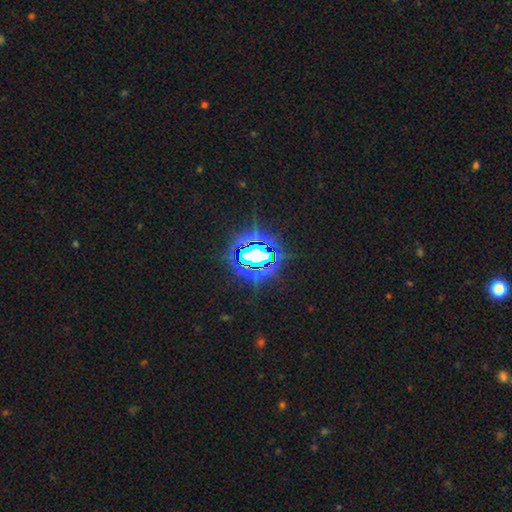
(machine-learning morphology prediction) Smooth or featured? Predicted: star or artifact (p=0.76).